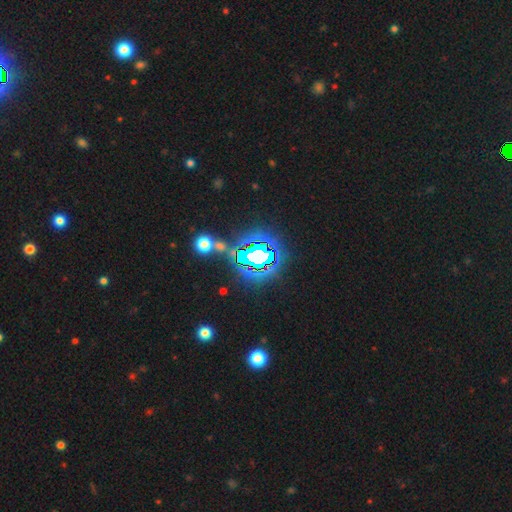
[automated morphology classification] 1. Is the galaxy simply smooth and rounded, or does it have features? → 74% star or artifact, 14% smooth, 12% featured or disk.